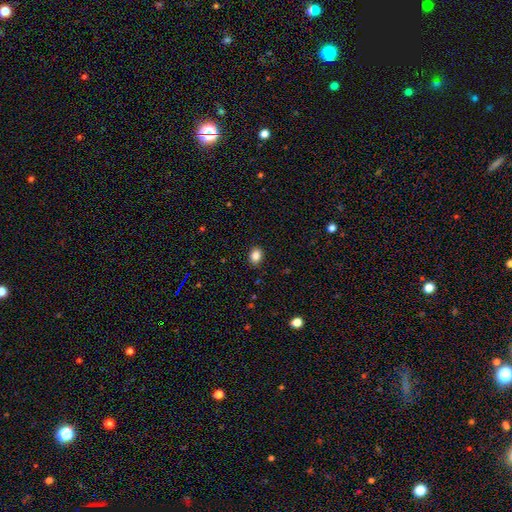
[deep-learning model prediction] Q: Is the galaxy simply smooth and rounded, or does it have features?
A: smooth — 85%.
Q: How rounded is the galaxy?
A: in between — 55%.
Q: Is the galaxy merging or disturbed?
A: none — 89%.